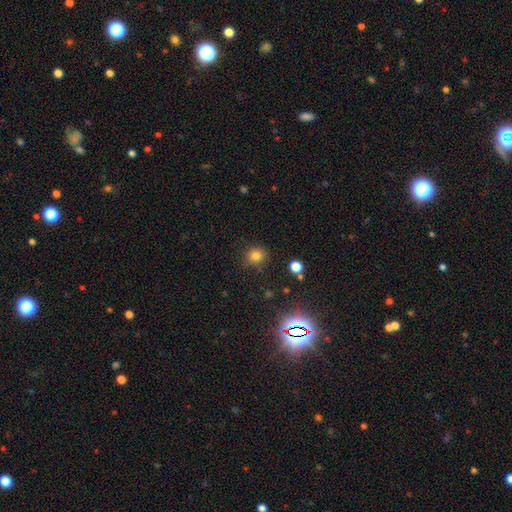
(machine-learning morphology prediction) Smooth or featured? Predicted: smooth (p=0.78). How rounded? Predicted: round (p=0.85). Merging? Predicted: none (p=0.84).